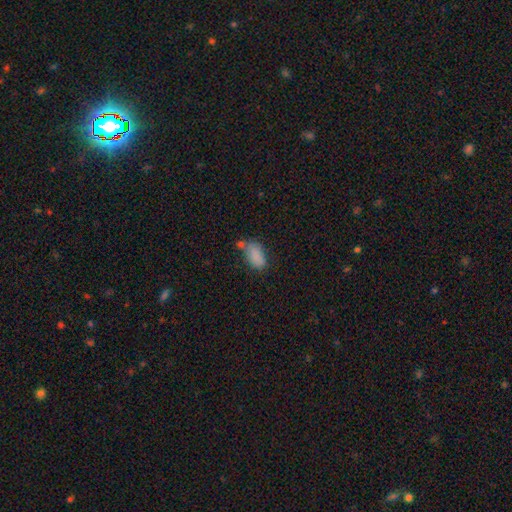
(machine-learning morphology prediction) Overall: smooth (82%). How rounded: in between (91%). Merging: none (45%; minor disturbance 26%).